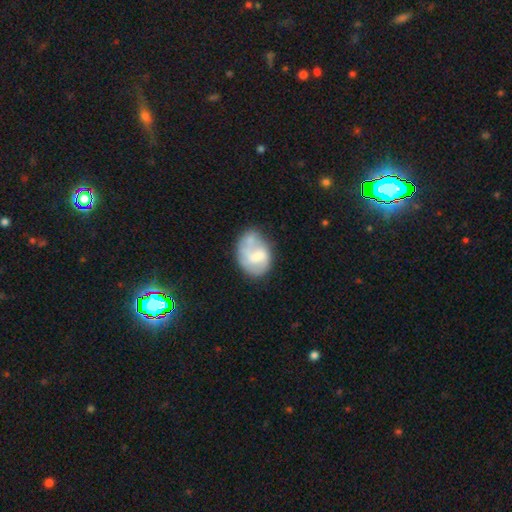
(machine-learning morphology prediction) smooth_or_featured: featured or disk (p=0.49) [alt: smooth p=0.44]
merging: none (p=0.39) [alt: minor disturbance p=0.29]